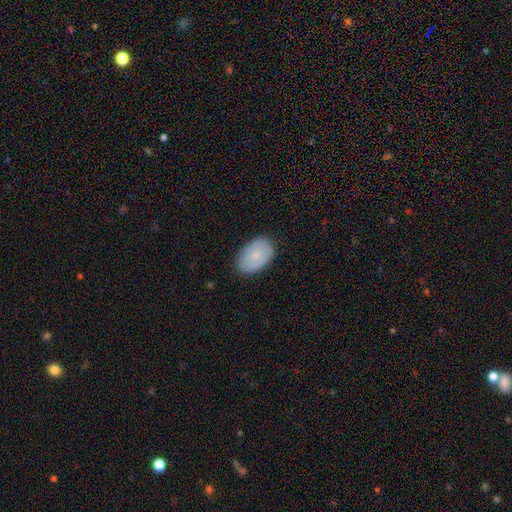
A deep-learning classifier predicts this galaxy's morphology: smooth_or_featured: smooth (p=0.74) [alt: featured or disk p=0.19]
how_rounded: in between (p=0.88) [alt: round p=0.11]
merging: none (p=0.83) [alt: minor disturbance p=0.14]